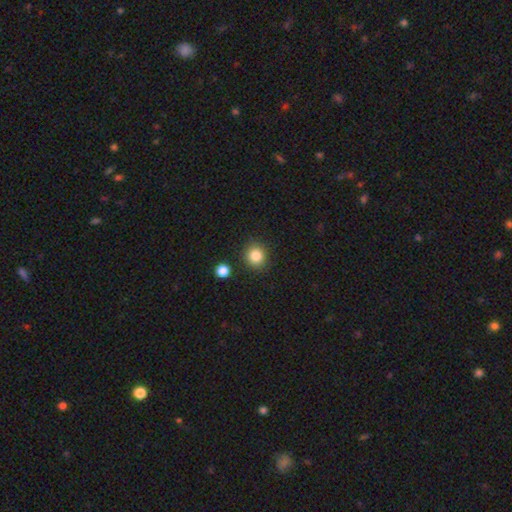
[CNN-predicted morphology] Smooth or featured: smooth — 84% (star or artifact — 11%)
How rounded: round — 85% (in between — 14%)
Merging: none — 86% (minor disturbance — 8%)